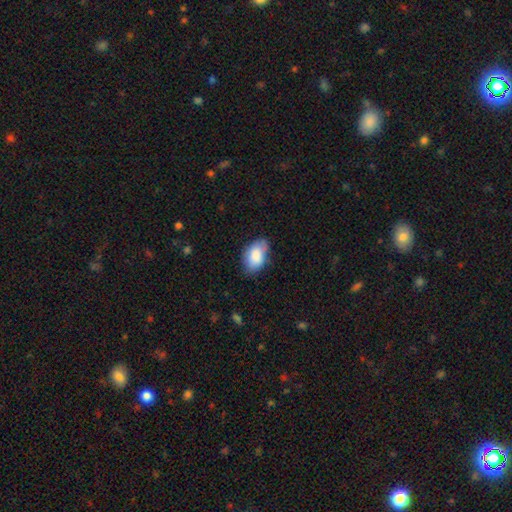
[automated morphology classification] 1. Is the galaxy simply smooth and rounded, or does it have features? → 85% smooth, 9% featured or disk, 7% star or artifact.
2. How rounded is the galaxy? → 91% in between, 7% round, 1% cigar-shaped.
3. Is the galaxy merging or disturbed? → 67% none, 26% minor disturbance, 5% major disturbance, 2% merger.